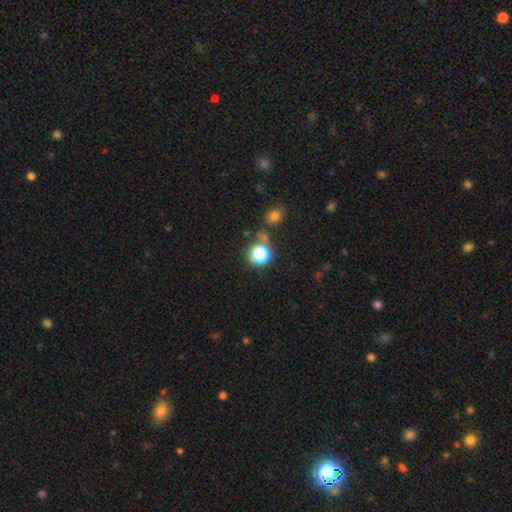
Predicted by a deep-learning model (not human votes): A smooth galaxy with no disk features (67%) that is round (86%). Merging: none (67%).